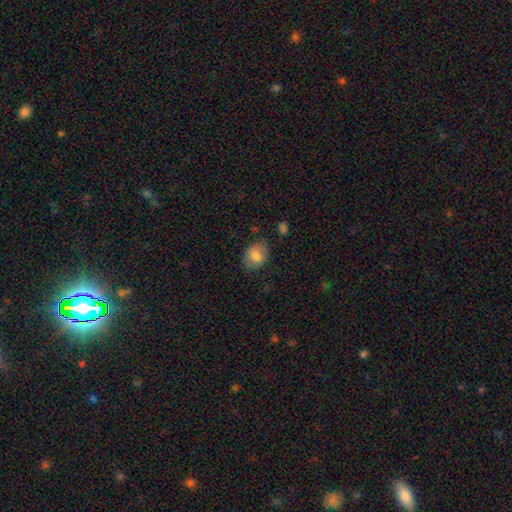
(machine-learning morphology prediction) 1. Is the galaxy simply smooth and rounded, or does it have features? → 78% smooth, 14% featured or disk, 8% star or artifact.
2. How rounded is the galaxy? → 63% in between, 36% round, 1% cigar-shaped.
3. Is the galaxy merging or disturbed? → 77% none, 17% minor disturbance, 4% major disturbance, 2% merger.